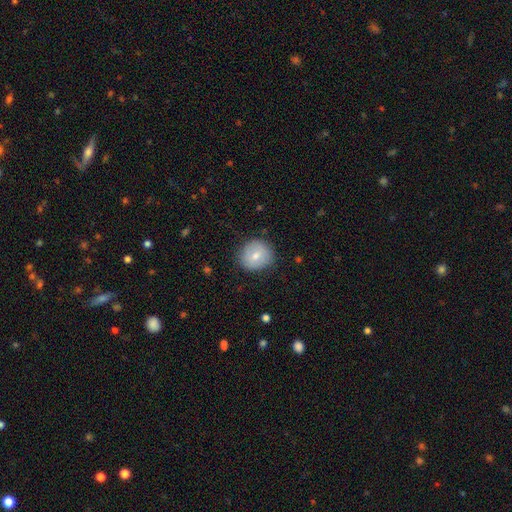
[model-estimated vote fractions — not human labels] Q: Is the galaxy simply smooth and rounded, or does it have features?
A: smooth — 72%.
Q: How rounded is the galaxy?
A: round — 83%.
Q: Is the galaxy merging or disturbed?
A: none — 80%.